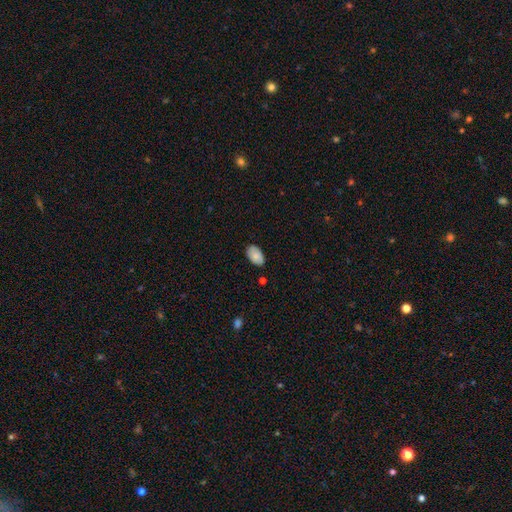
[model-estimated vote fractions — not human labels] Overall: smooth (83%). How rounded: in between (94%). Merging: none (82%).